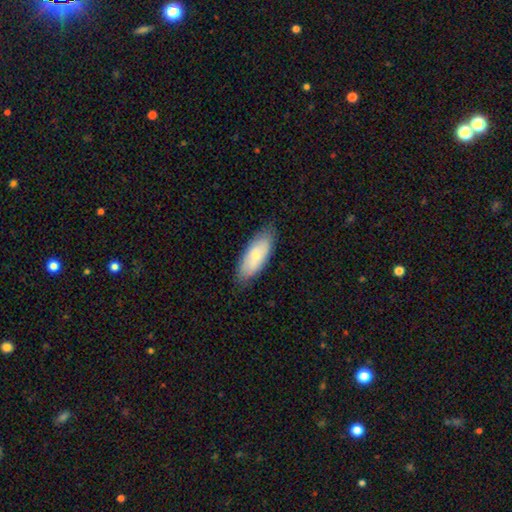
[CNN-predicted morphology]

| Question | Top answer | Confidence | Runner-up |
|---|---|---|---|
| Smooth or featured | smooth | 67% | featured or disk (27%) |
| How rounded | in between | 79% | cigar-shaped (19%) |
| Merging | none | 81% | minor disturbance (16%) |